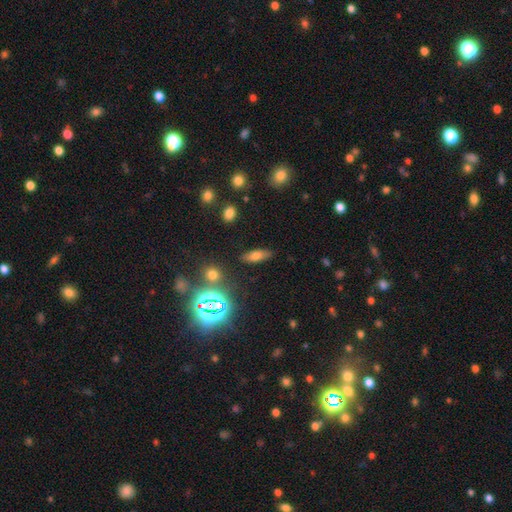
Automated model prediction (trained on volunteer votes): Overall: smooth (65%). How rounded: in between (62%; cigar-shaped 32%). Merging: none (84%).